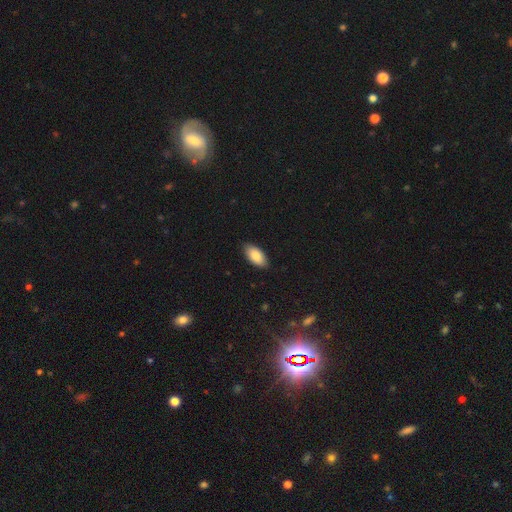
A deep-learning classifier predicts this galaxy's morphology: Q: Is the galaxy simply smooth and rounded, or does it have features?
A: smooth — 82%.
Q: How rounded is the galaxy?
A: in between — 94%.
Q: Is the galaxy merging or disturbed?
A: none — 86%.